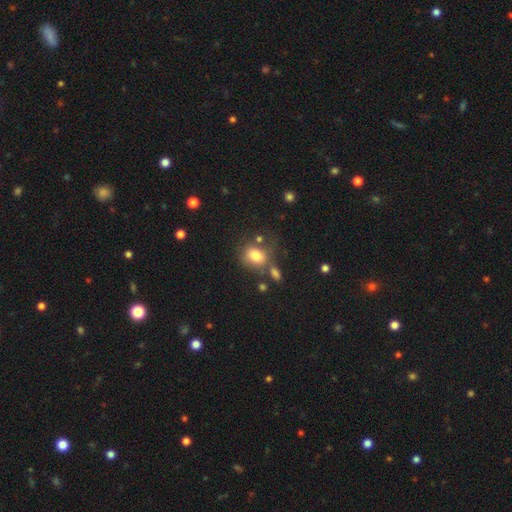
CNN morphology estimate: type=smooth (79%); roundness=round (51%); merging=none (58%).